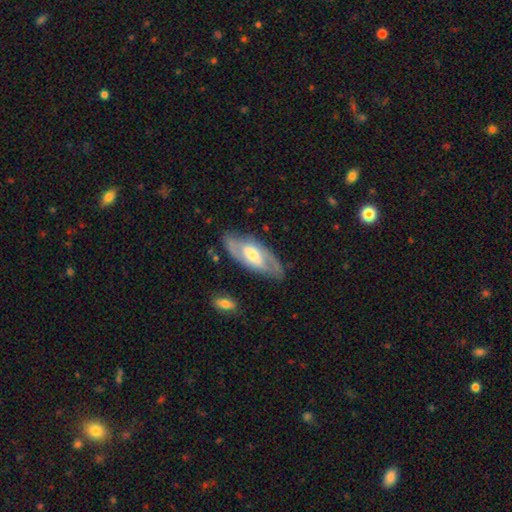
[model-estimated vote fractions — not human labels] Morphology: type=featured or disk (74%); edge-on=no (87%); bar=weak (44%); spiral arms=yes (82%); winding=medium (47%); arm count=2 (80%); bulge=moderate (57%); merging=none (81%).